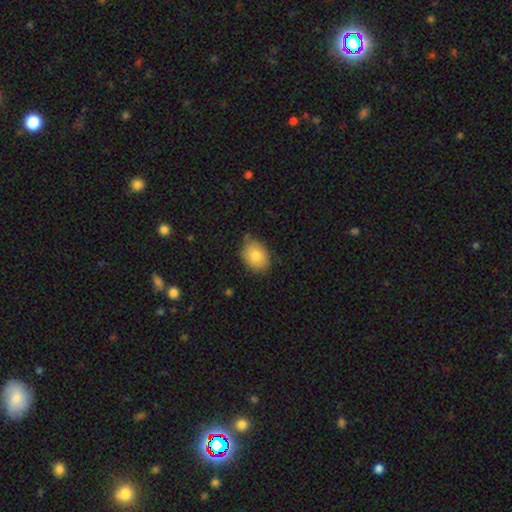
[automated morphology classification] Smooth or featured?
  - smooth: 83% *
  - featured or disk: 10%
  - star or artifact: 7%
How rounded?
  - in between: 69% *
  - round: 30%
  - cigar-shaped: 1%
Merging?
  - none: 70% *
  - minor disturbance: 24%
  - major disturbance: 4%
  - merger: 2%